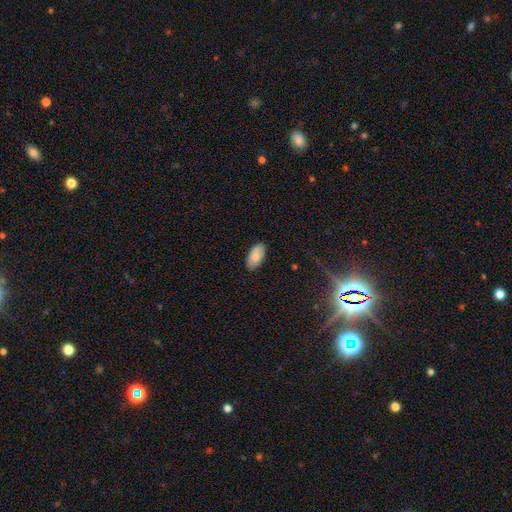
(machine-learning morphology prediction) Smooth or featured? Predicted: smooth (p=0.82). How rounded? Predicted: in between (p=0.94). Merging? Predicted: none (p=0.85).